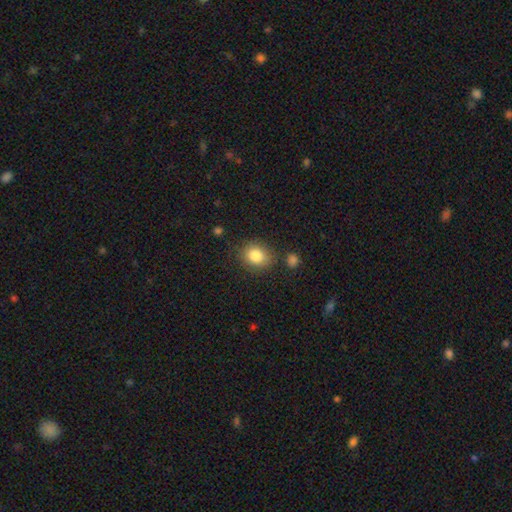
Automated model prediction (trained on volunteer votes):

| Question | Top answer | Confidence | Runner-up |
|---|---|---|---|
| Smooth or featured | smooth | 84% | star or artifact (9%) |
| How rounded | round | 59% | in between (40%) |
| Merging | none | 80% | minor disturbance (12%) |